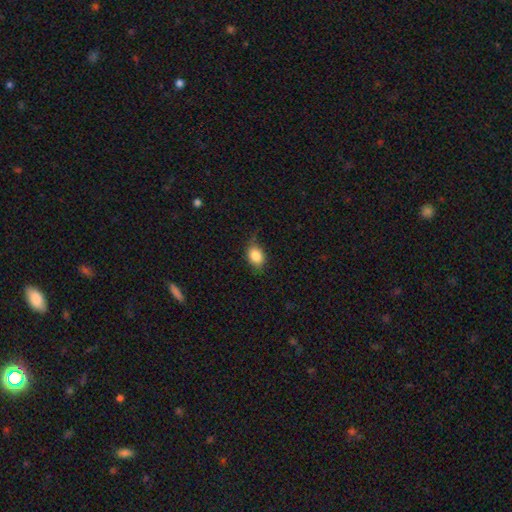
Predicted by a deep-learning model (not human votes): A smooth galaxy with no disk features (85%) that is in between round and cigar-shaped (75%). Merging: none (69%).